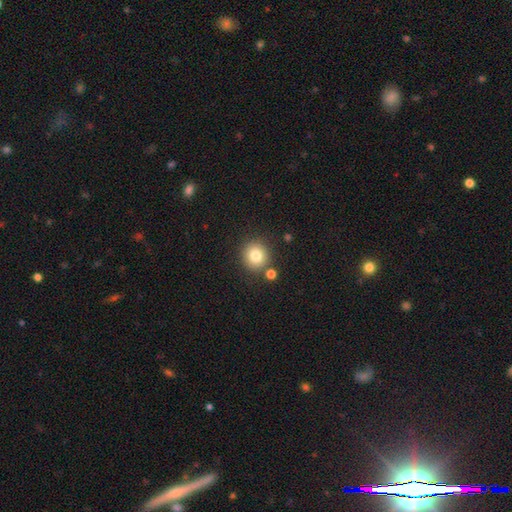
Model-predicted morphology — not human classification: Overall: smooth (81%). How rounded: round (90%). Merging: none (83%).